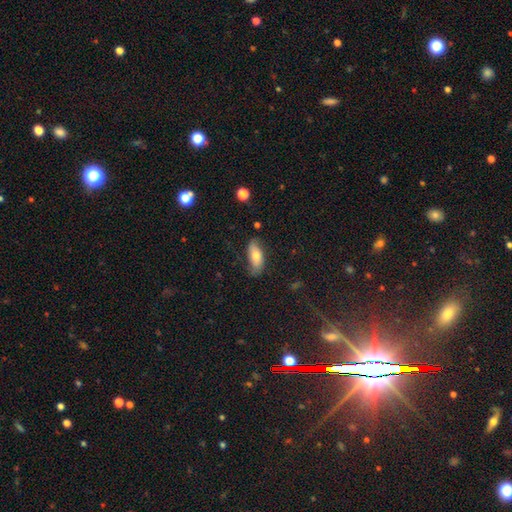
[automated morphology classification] Q: Smooth or featured?
A: smooth (71%); runner-up: featured or disk (22%)
Q: How rounded?
A: in between (82%); runner-up: cigar-shaped (16%)
Q: Merging?
A: none (67%); runner-up: minor disturbance (24%)